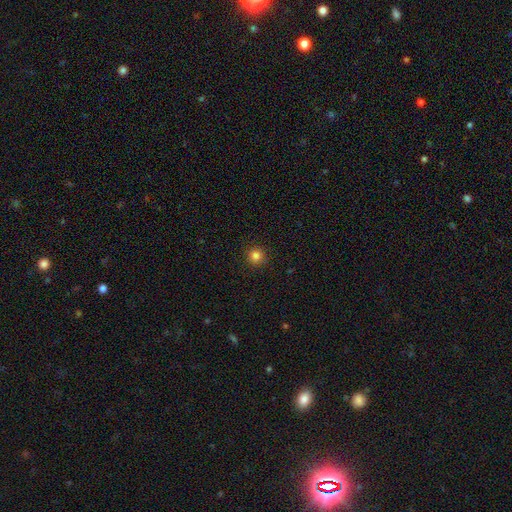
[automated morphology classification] This appears to be a smooth galaxy with no disk features (83%) that is round (95%). Merging: none (92%).